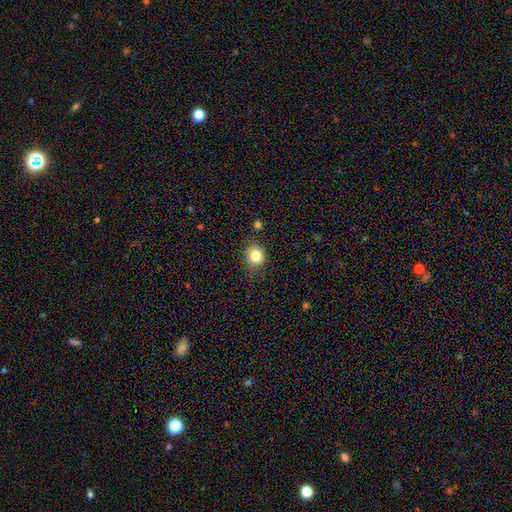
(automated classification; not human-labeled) A smooth galaxy with no disk features (83%) that is round (75%). Merging: none (75%).